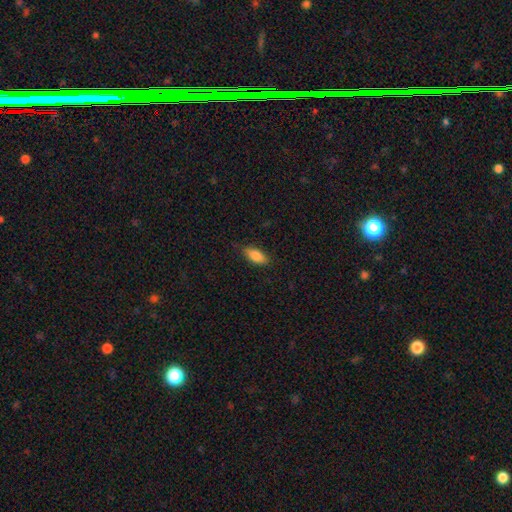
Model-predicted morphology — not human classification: Smooth or featured: smooth — 84% (featured or disk — 9%)
How rounded: in between — 85% (cigar-shaped — 13%)
Merging: none — 82% (minor disturbance — 15%)